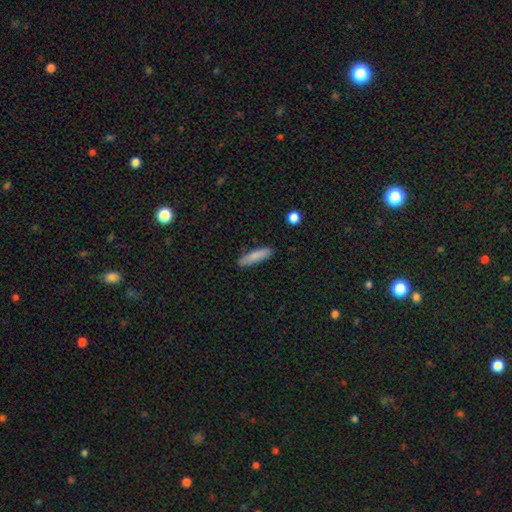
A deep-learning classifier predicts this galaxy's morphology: Smooth or featured?
  - smooth: 84% *
  - featured or disk: 10%
  - star or artifact: 7%
How rounded?
  - cigar-shaped: 75% *
  - in between: 23%
  - round: 2%
Merging?
  - none: 88% *
  - minor disturbance: 9%
  - major disturbance: 2%
  - merger: 1%